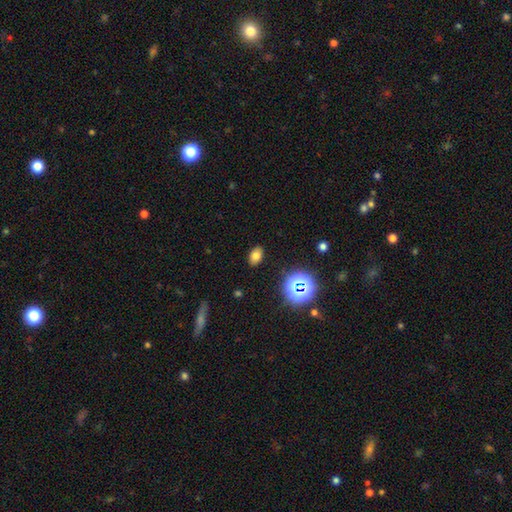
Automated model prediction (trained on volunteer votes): smooth-or-featured: smooth: 72% | star or artifact: 18% | featured or disk: 10%
  how-rounded: in between: 85% | round: 13% | cigar-shaped: 1%
  merging: none: 86% | minor disturbance: 10% | major disturbance: 3% | merger: 1%